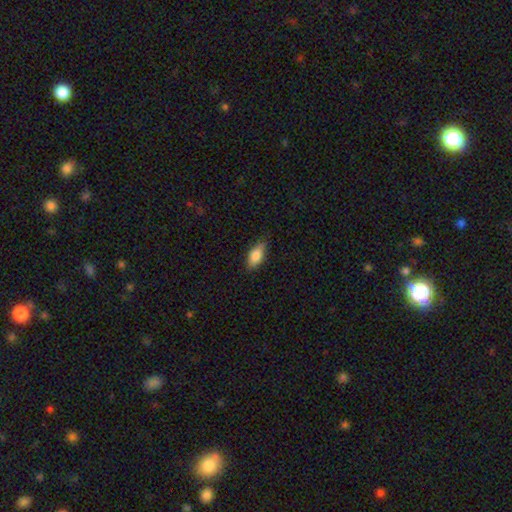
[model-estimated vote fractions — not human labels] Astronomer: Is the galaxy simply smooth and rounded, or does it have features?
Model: smooth — 84%.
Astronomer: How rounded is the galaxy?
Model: in between — 84%.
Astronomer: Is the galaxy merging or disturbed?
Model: none — 75%.